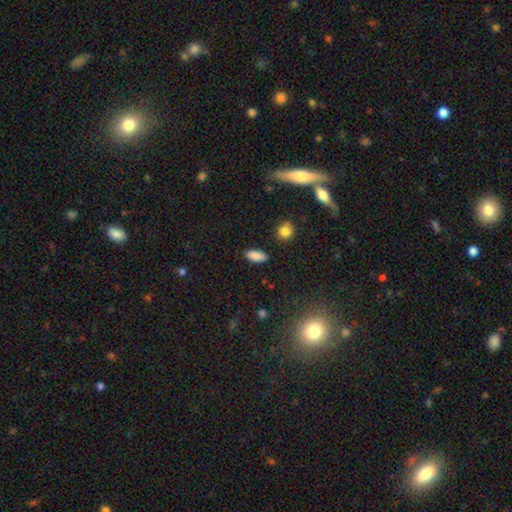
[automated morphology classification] smooth-or-featured: smooth: 87% | star or artifact: 9% | featured or disk: 5%
  how-rounded: in between: 86% | cigar-shaped: 11% | round: 3%
  merging: none: 86% | minor disturbance: 10% | major disturbance: 2% | merger: 2%